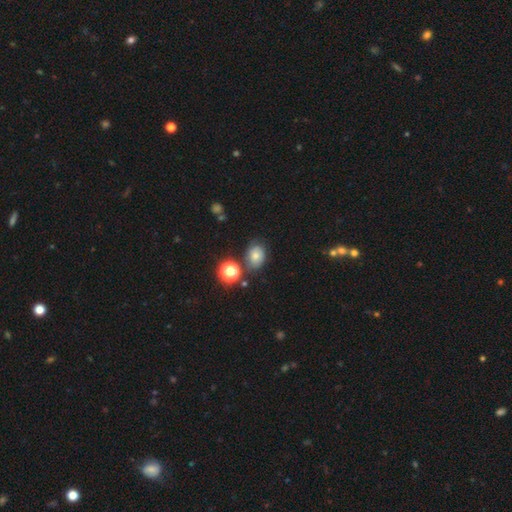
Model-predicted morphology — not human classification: Smooth or featured? Predicted: smooth (p=0.68). How rounded? Predicted: in between (p=0.55). Merging? Predicted: none (p=0.68).